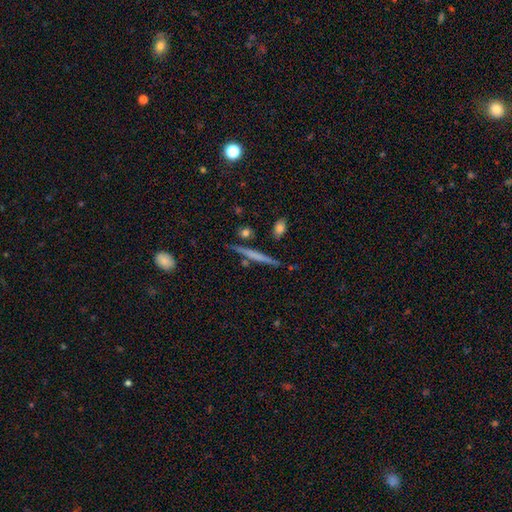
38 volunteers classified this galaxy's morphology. Smooth or featured?
  - featured or disk: 50% *
  - smooth: 45%
  - star or artifact: 5%
Edge-on disk?
  - yes: 100% *
  - no: 0%
Edge-on bulge?
  - none: 63% *
  - boxy: 21%
  - rounded: 16%
Merging?
  - none: 97% *
  - minor disturbance: 3%
  - major disturbance: 0%
  - merger: 0%